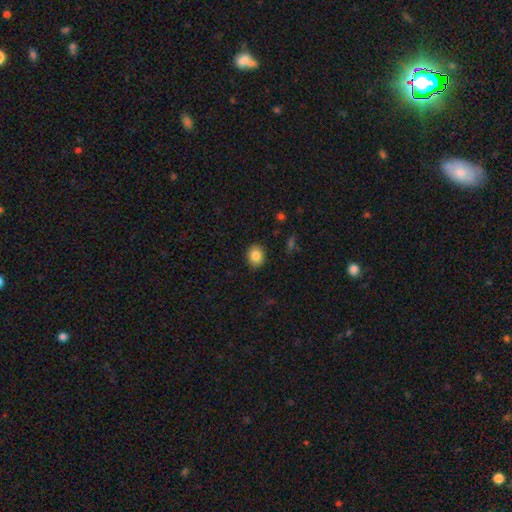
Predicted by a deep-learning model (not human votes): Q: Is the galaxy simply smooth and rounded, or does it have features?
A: smooth — 85%.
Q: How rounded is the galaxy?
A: round — 58%.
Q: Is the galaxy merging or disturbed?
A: none — 87%.